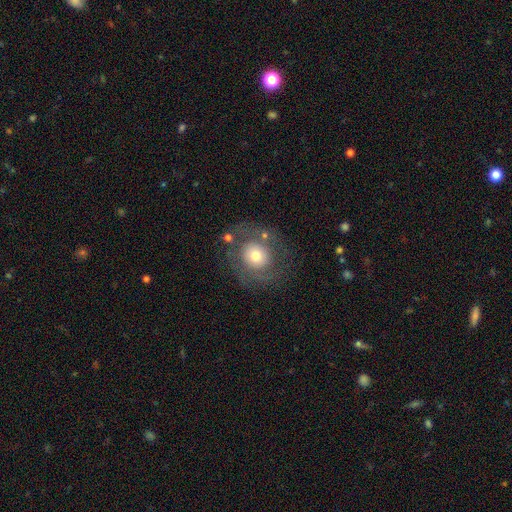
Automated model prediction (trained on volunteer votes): The model was most divided on "smooth or featured": featured or disk: 54%, smooth: 37%, star or artifact: 9%. More confident: edge-on disk — no (97%); bar — no (84%); spiral arms — yes (68%); merging — none (68%); bulge size — moderate (59%).